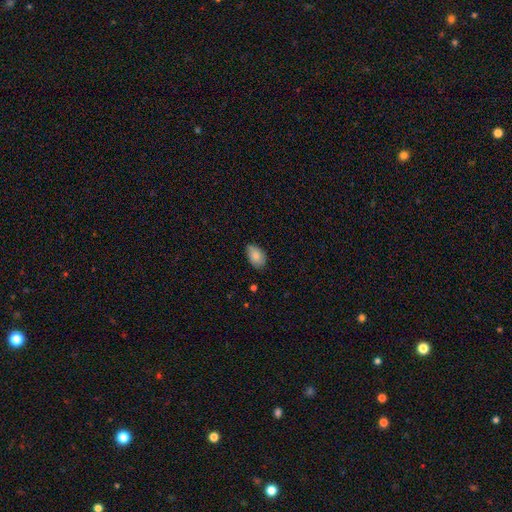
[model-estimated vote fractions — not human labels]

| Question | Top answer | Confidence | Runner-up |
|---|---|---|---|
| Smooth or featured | smooth | 84% | featured or disk (9%) |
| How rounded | in between | 90% | round (8%) |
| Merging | none | 78% | minor disturbance (18%) |